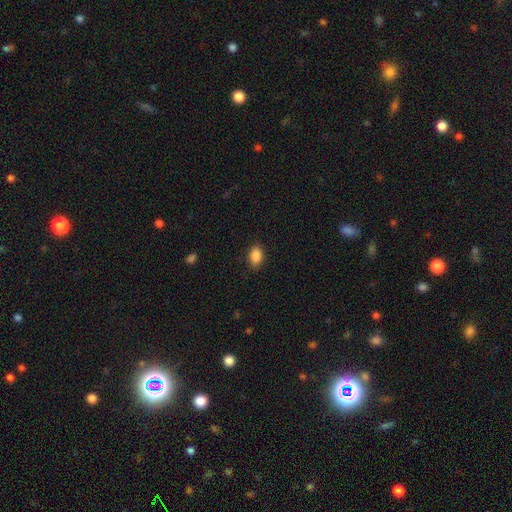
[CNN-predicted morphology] Overall: smooth (88%). How rounded: in between (87%). Merging: none (85%).